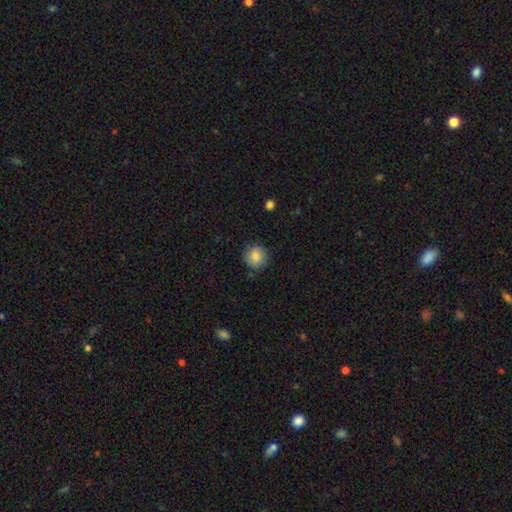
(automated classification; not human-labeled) Q: Smooth or featured?
A: smooth (78%); runner-up: featured or disk (14%)
Q: How rounded?
A: round (88%); runner-up: in between (11%)
Q: Merging?
A: none (81%); runner-up: minor disturbance (14%)